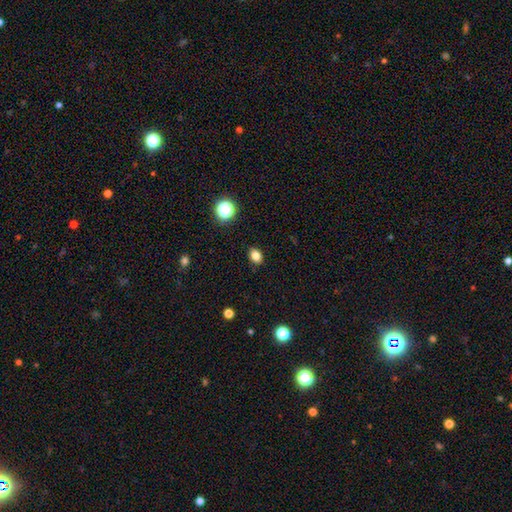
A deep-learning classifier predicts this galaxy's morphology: This is clearly a smooth galaxy (82%). How rounded: likely in between (65%). Merging: clearly none (89%).